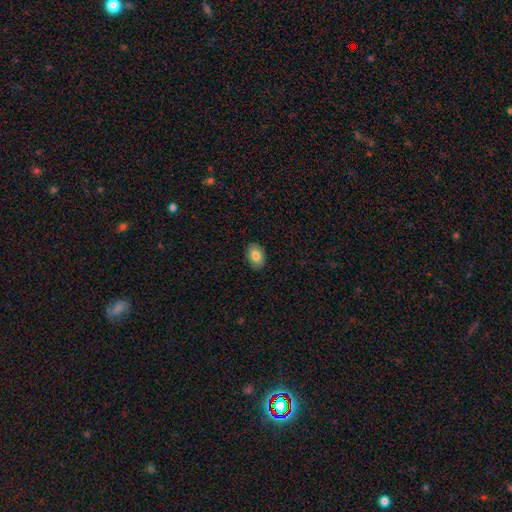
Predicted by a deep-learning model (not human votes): Q: Smooth or featured?
A: smooth (82%); runner-up: featured or disk (11%)
Q: How rounded?
A: in between (85%); runner-up: round (14%)
Q: Merging?
A: none (89%); runner-up: minor disturbance (8%)